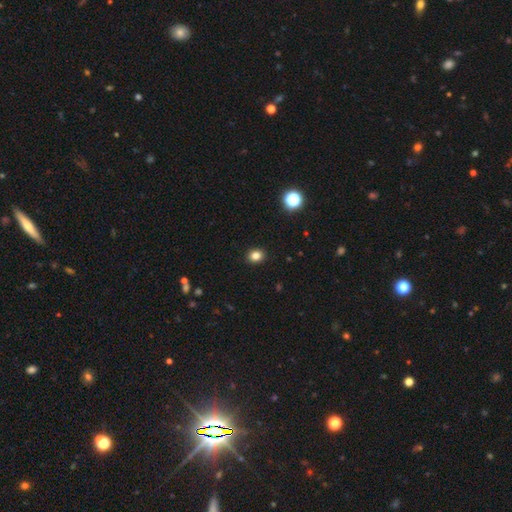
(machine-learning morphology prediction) A smooth galaxy with no disk features (83%) that is round (59%).

Vote fractions:
- Smooth or featured? smooth: 83% / star or artifact: 12% / featured or disk: 5%
- How rounded? round: 59% / in between: 40% / cigar-shaped: 1%
- Merging? none: 91% / minor disturbance: 6% / major disturbance: 2% / merger: 1%